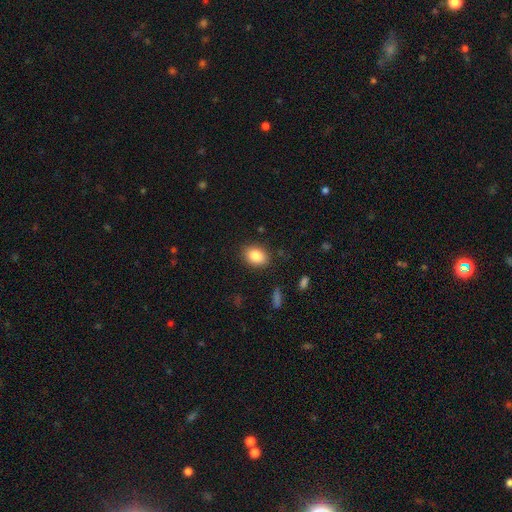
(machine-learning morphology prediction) smooth-or-featured: smooth: 86% | star or artifact: 8% | featured or disk: 6%
  how-rounded: in between: 75% | round: 24% | cigar-shaped: 1%
  merging: none: 86% | minor disturbance: 10% | major disturbance: 3% | merger: 1%